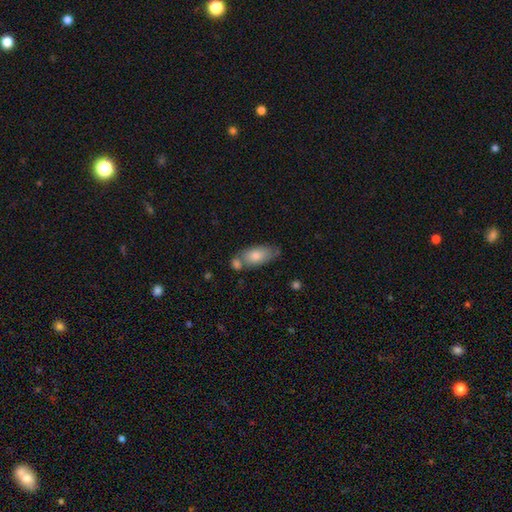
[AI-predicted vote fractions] smooth 78%, featured or disk 16%, star or artifact 6%. Down the decision tree: how rounded — in between (90%); merging — none (50%).